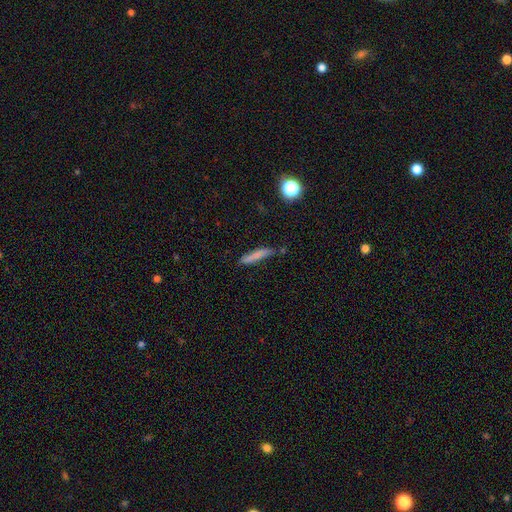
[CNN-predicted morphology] Smooth or featured? smooth (76%)
How rounded? cigar-shaped (90%)
Merging? none (70%)